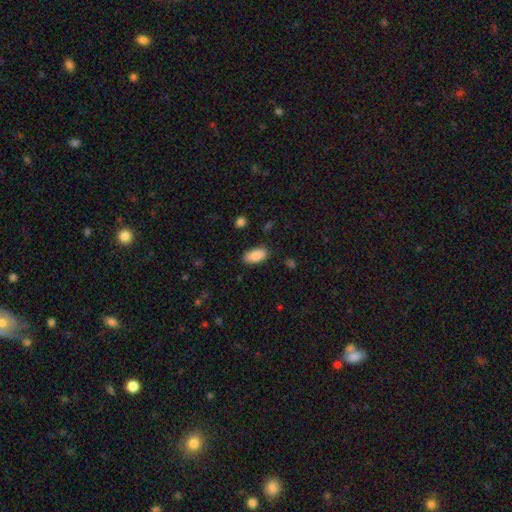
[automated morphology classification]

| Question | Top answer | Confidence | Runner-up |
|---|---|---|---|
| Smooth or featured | smooth | 87% | star or artifact (7%) |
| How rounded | in between | 94% | cigar-shaped (4%) |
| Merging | none | 86% | minor disturbance (10%) |